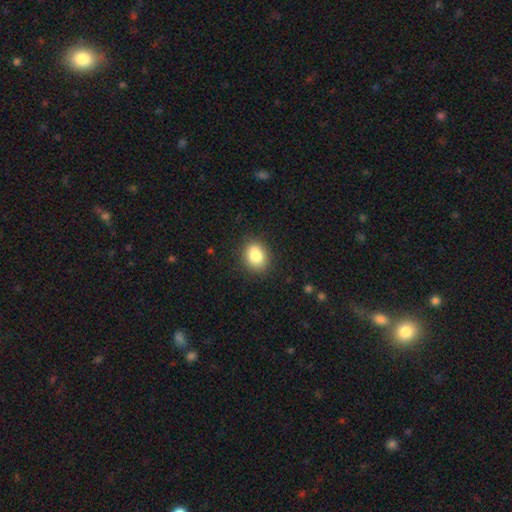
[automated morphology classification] Smooth or featured? Predicted: smooth (p=0.82). How rounded? Predicted: in between (p=0.56). Merging? Predicted: none (p=0.86).